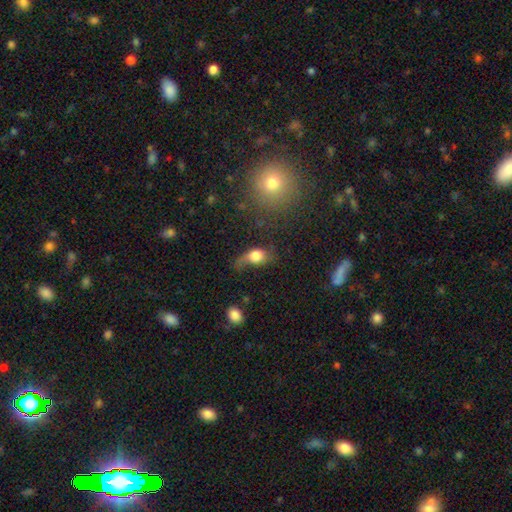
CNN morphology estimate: Smooth or featured: smooth — 66% (featured or disk — 25%)
How rounded: in between — 65% (round — 29%)
Merging: major disturbance — 37% (none — 29%)